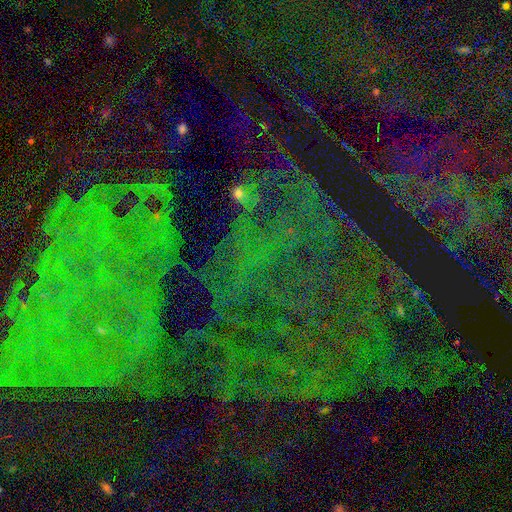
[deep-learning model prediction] Smooth or featured? star or artifact (81%)